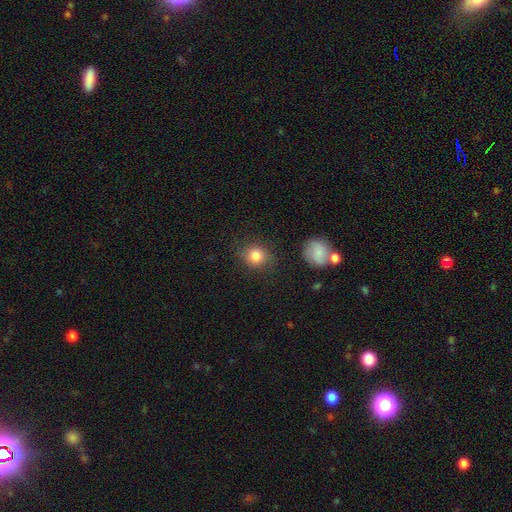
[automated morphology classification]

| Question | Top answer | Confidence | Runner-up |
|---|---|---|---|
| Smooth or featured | smooth | 84% | star or artifact (10%) |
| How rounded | round | 80% | in between (19%) |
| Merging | none | 81% | minor disturbance (12%) |